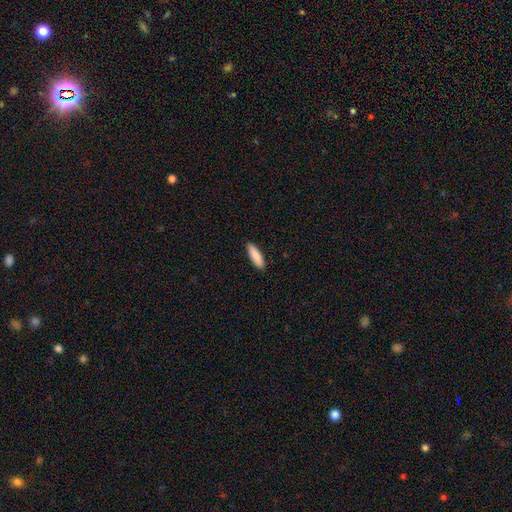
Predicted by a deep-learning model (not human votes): This appears to be a smooth galaxy with no disk features (89%) that is cigar-shaped (56%). Merging: none (90%).